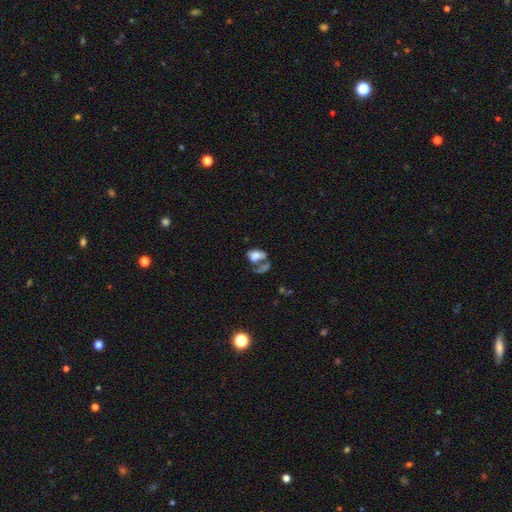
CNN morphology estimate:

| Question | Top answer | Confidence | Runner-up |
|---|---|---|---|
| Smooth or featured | smooth | 63% | featured or disk (25%) |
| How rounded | in between | 85% | round (13%) |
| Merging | merger | 45% | none (22%) |